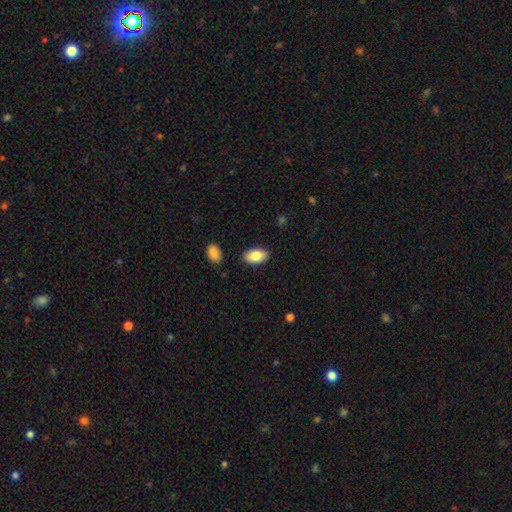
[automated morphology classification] Q: Smooth or featured?
A: smooth (83%); runner-up: featured or disk (10%)
Q: How rounded?
A: in between (94%); runner-up: round (5%)
Q: Merging?
A: none (87%); runner-up: minor disturbance (9%)